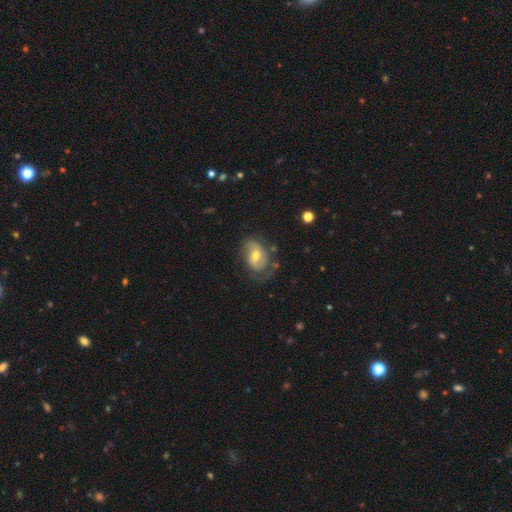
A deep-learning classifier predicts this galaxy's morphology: Smooth or featured?
  - featured or disk: 52% *
  - smooth: 40%
  - star or artifact: 8%
Edge-on disk?
  - no: 95% *
  - yes: 5%
Merging?
  - none: 53% *
  - minor disturbance: 28%
  - major disturbance: 17%
  - merger: 3%